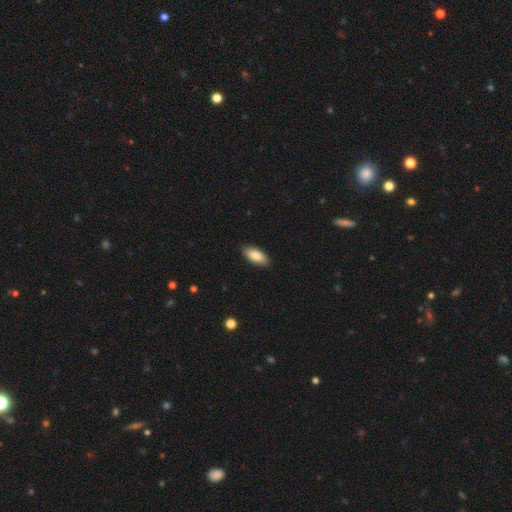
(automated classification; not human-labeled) Q: Smooth or featured?
A: smooth (84%); runner-up: featured or disk (10%)
Q: How rounded?
A: in between (88%); runner-up: cigar-shaped (10%)
Q: Merging?
A: none (89%); runner-up: minor disturbance (9%)